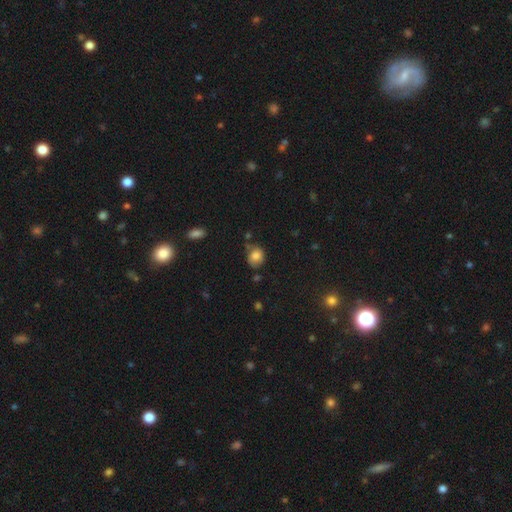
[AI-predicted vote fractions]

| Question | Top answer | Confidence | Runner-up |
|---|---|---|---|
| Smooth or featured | smooth | 80% | star or artifact (10%) |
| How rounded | round | 64% | in between (35%) |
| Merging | none | 62% | minor disturbance (25%) |